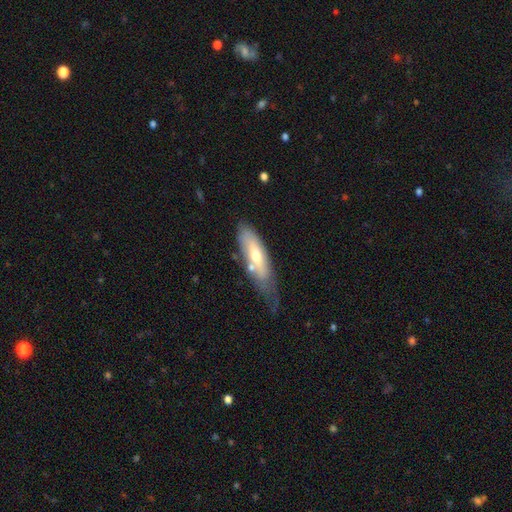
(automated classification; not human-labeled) Morphology: type=smooth (48%); merging=none (42%).